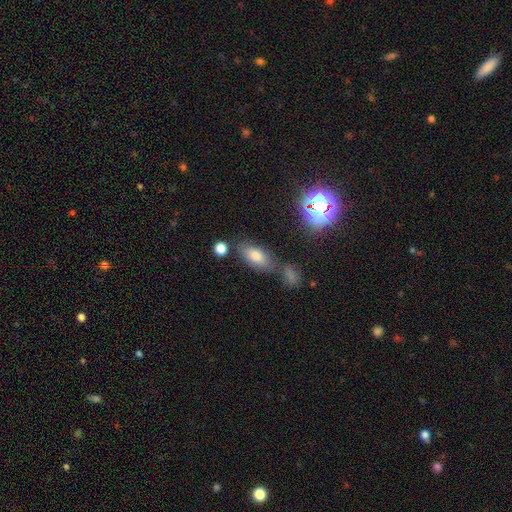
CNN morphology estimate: Smooth or featured? Predicted: smooth (p=0.75). How rounded? Predicted: in between (p=0.87). Merging? Predicted: none (p=0.64).